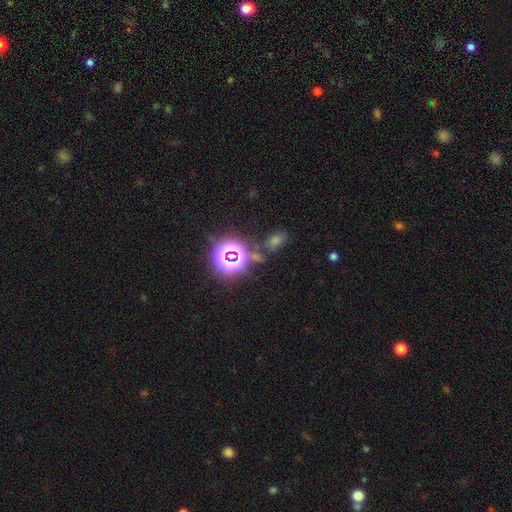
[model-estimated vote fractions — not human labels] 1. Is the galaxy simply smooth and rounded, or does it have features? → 64% star or artifact, 26% smooth, 10% featured or disk.